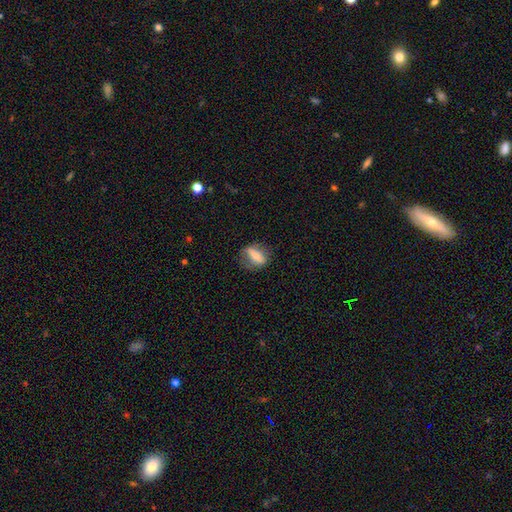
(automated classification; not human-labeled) A smooth galaxy with no disk features (51%) that is in between round and cigar-shaped (61%). Merging: none (73%).